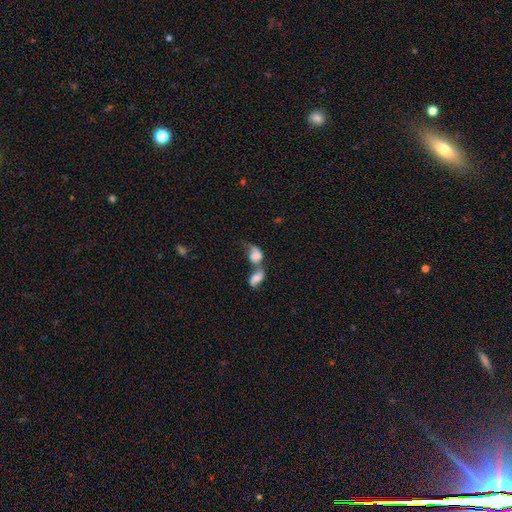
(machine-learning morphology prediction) Overall: smooth (66%). How rounded: in between (79%). Merging: merger (74%).